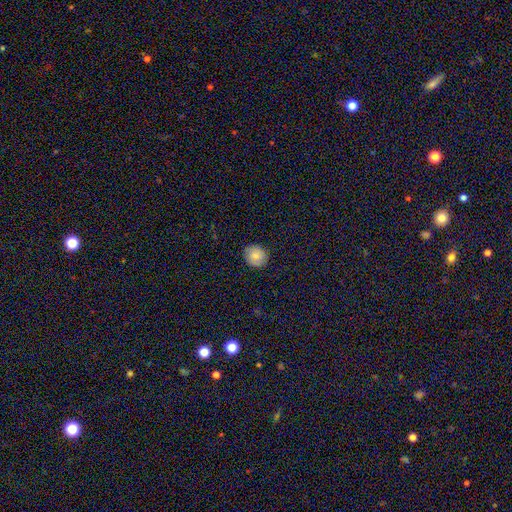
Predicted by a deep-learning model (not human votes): smooth-or-featured: smooth: 76% | featured or disk: 15% | star or artifact: 9%
  how-rounded: round: 77% | in between: 22% | cigar-shaped: 1%
  merging: none: 87% | minor disturbance: 10% | major disturbance: 2% | merger: 1%